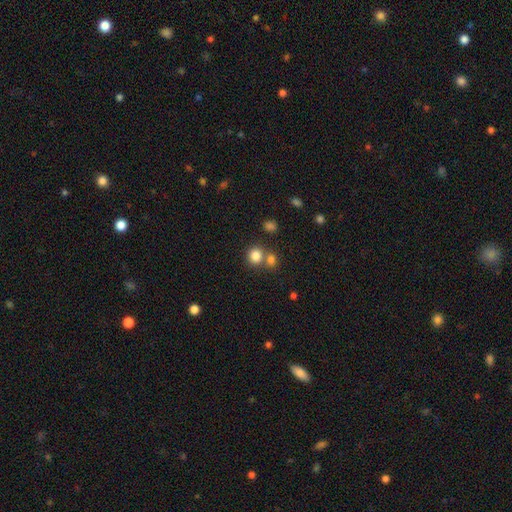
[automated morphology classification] Smooth or featured? smooth (82%)
How rounded? round (81%)
Merging? none (59%)